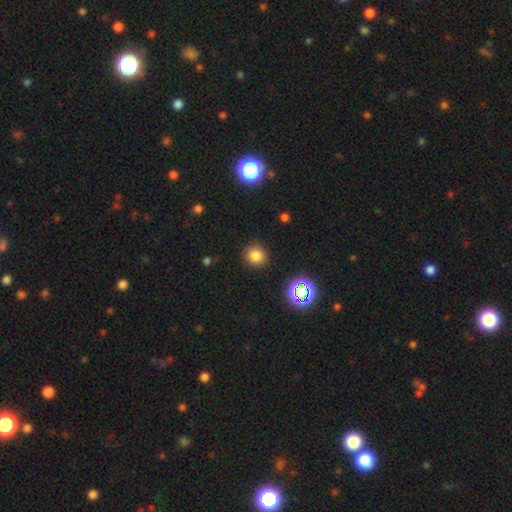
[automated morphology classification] A smooth galaxy with no disk features (79%) that is round (87%). Merging: none (88%).